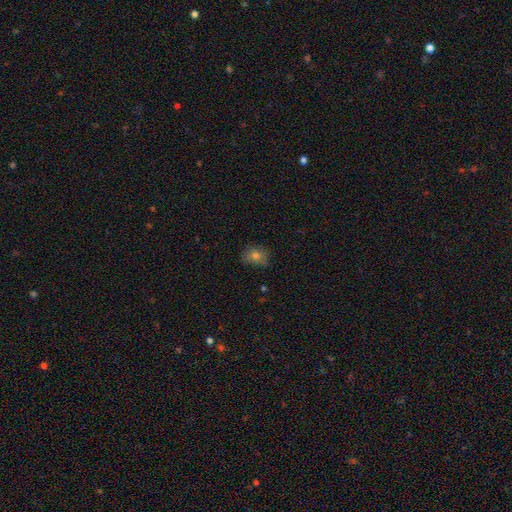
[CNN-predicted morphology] smooth 73%, star or artifact 15%, featured or disk 12%. Down the decision tree: how rounded — round (53%); merging — none (73%).